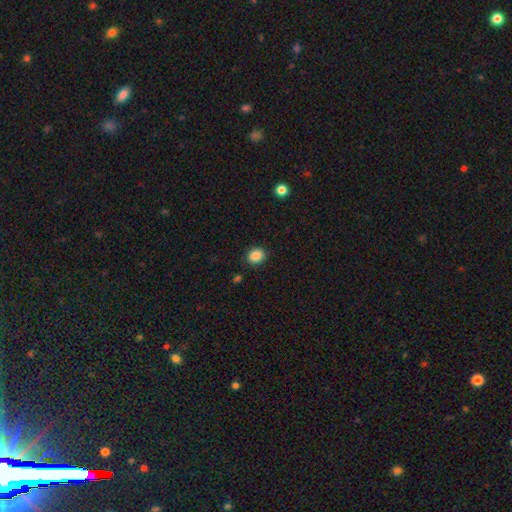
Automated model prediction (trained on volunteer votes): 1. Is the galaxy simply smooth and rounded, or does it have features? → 87% smooth, 10% star or artifact, 3% featured or disk.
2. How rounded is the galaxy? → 58% round, 41% in between, 1% cigar-shaped.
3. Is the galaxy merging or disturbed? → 88% none, 8% minor disturbance, 2% major disturbance, 2% merger.